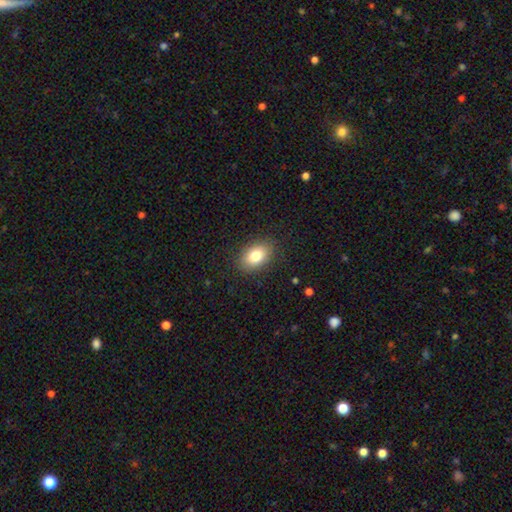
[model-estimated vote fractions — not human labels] smooth-or-featured: smooth: 81% | featured or disk: 10% | star or artifact: 9%
  how-rounded: in between: 84% | round: 15% | cigar-shaped: 1%
  merging: none: 87% | minor disturbance: 10% | major disturbance: 3% | merger: 1%